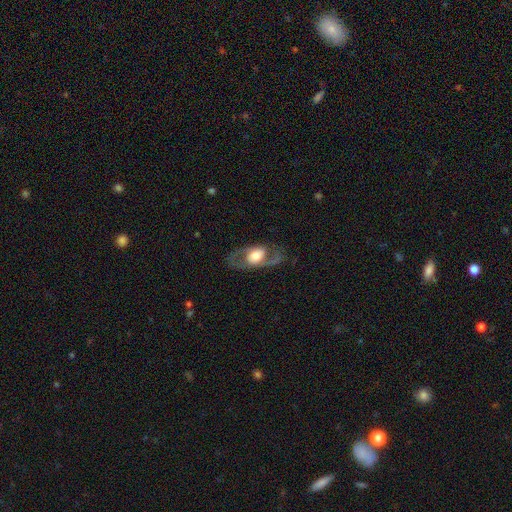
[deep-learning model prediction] Smooth or featured? Predicted: featured or disk (p=0.75). Edge-on disk? Predicted: no (p=0.90). Bar? Predicted: no (p=0.64). Spiral arms? Predicted: yes (p=0.72). Bulge size? Predicted: large (p=0.47). Merging? Predicted: none (p=0.76).